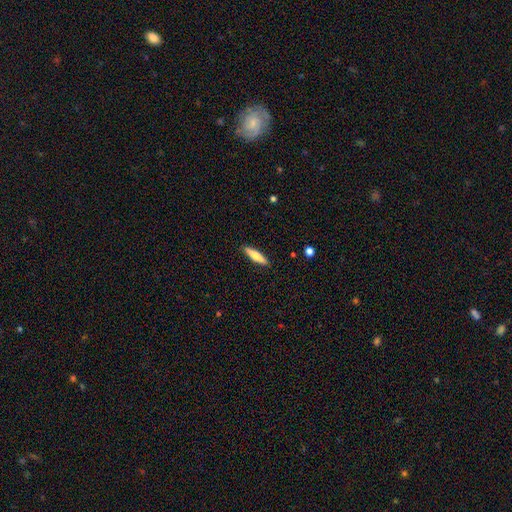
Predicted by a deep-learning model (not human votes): smooth-or-featured: smooth: 62% | featured or disk: 32% | star or artifact: 6%
  how-rounded: cigar-shaped: 77% | in between: 22% | round: 2%
  merging: none: 90% | minor disturbance: 8% | major disturbance: 2% | merger: 1%